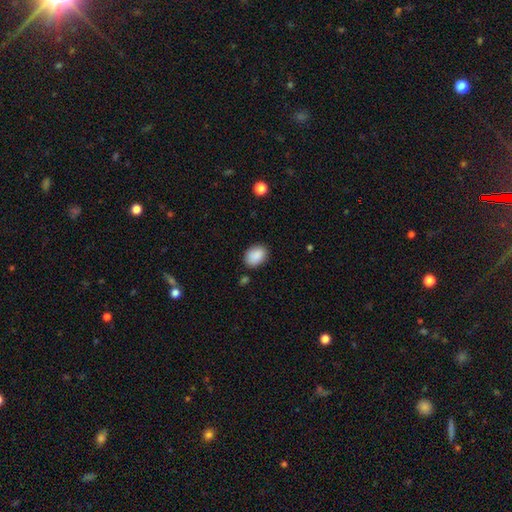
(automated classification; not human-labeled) Smooth or featured? Predicted: smooth (p=0.89). How rounded? Predicted: in between (p=0.77). Merging? Predicted: none (p=0.82).